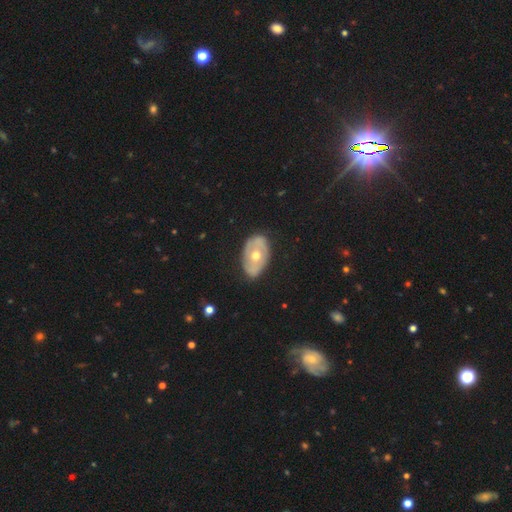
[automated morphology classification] Smooth or featured: featured or disk — 57% (smooth — 37%)
Edge-on disk: no — 90% (yes — 10%)
Bar: no — 86% (weak — 10%)
Spiral arms: no — 74% (yes — 26%)
Bulge size: moderate — 78% (small — 16%)
Merging: none — 79% (minor disturbance — 16%)